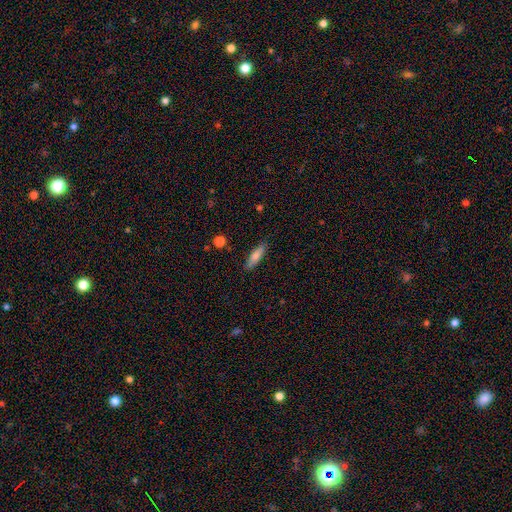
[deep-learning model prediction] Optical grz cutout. It shows a smooth galaxy with no disk features (78%) that is cigar-shaped (60%). Merging: none (86%).